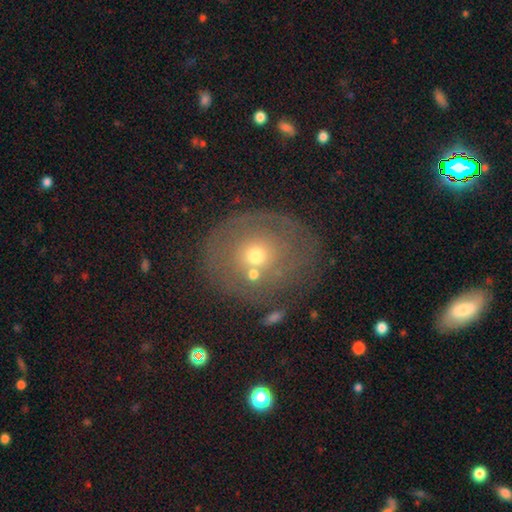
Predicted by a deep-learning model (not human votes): This appears to be a smooth galaxy with no disk features (47%). Merging: none (67%).